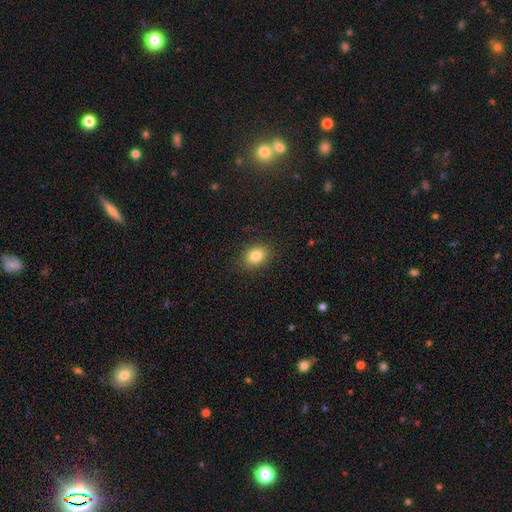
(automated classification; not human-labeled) This appears to be a smooth galaxy with no disk features (83%) that is in between round and cigar-shaped (59%). Merging: none (88%).